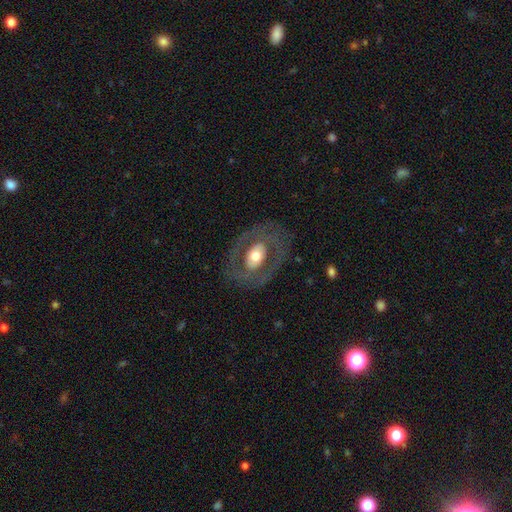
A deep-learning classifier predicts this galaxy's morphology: smooth-or-featured: featured or disk: 61% | smooth: 33% | star or artifact: 6%
  disk-edge-on: no: 94% | yes: 6%
    bar: no: 67% | weak: 21% | strong: 12%
    has-spiral-arms: no: 67% | yes: 33%
    bulge-size: moderate: 56% | large: 31% | small: 8% | dominant: 3% | none: 1%
  merging: none: 77% | minor disturbance: 12% | major disturbance: 10% | merger: 1%